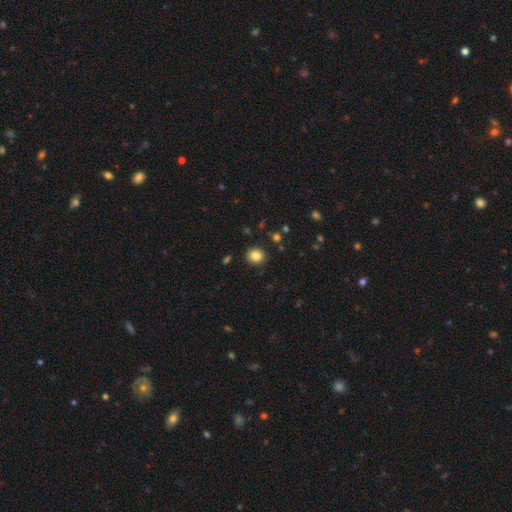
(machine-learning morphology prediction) Smooth or featured: smooth — 84% (star or artifact — 11%)
How rounded: round — 79% (in between — 20%)
Merging: none — 90% (minor disturbance — 6%)